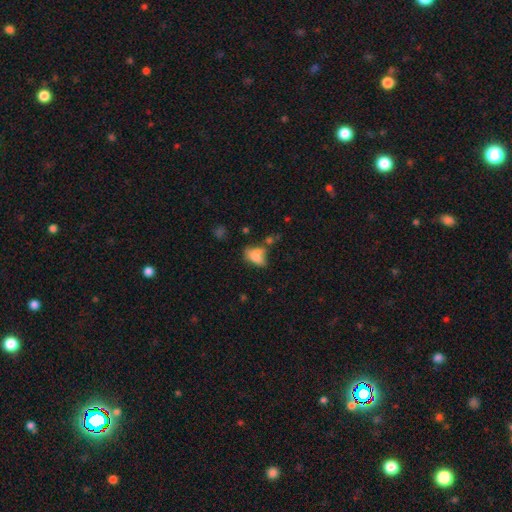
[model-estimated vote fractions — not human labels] Smooth or featured? smooth (75%)
How rounded? in between (86%)
Merging? none (35%)